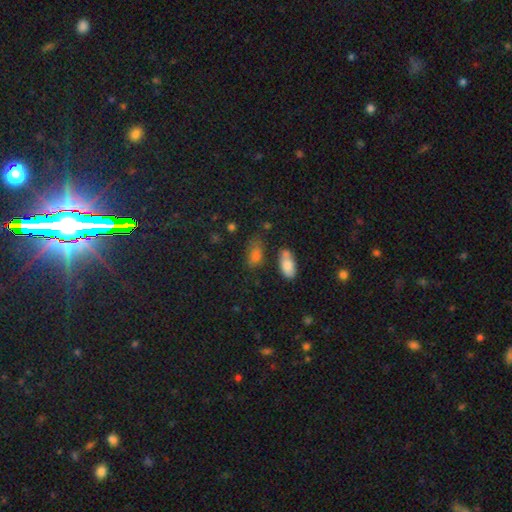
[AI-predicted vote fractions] A smooth galaxy with no disk features (77%) that is in between round and cigar-shaped (87%). Merging: none (53%).